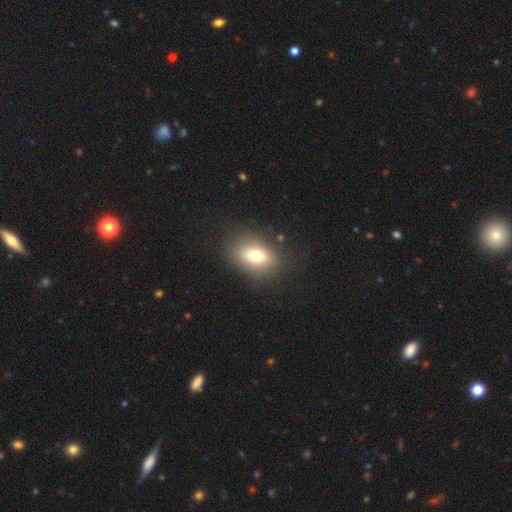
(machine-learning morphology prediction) This is likely a smooth galaxy (74%). How rounded: likely in between (69%). Merging: clearly none (83%).